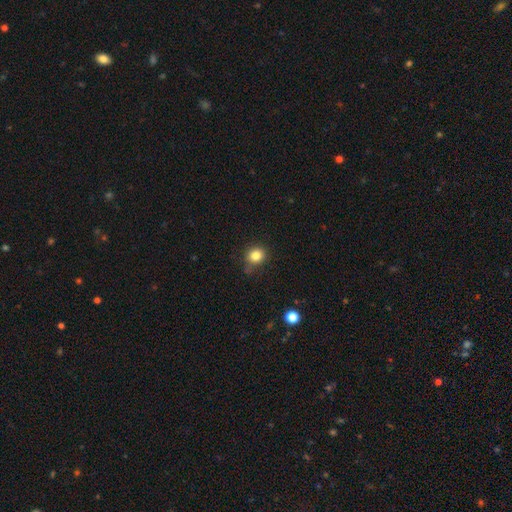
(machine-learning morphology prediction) The model was most divided on "merging": none: 79%, minor disturbance: 15%, major disturbance: 3%, merger: 3%. More confident: how rounded — round (83%); smooth or featured — smooth (83%).